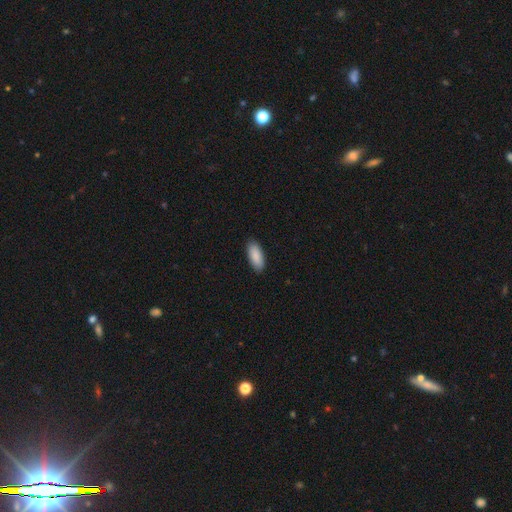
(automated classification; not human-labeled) smooth 90%, star or artifact 5%, featured or disk 5%. Down the decision tree: how rounded — in between (84%); merging — none (89%).